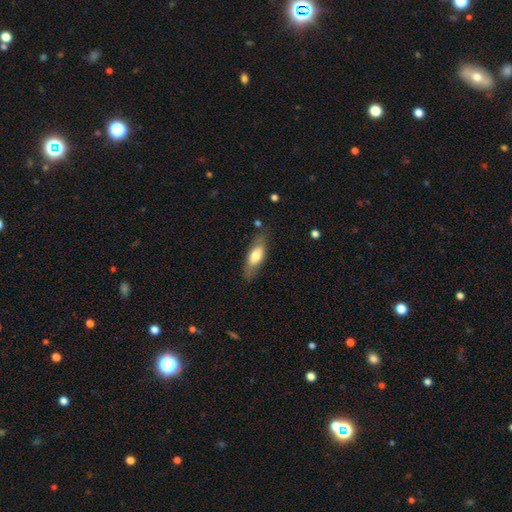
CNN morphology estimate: smooth_or_featured: smooth (p=0.62) [alt: featured or disk p=0.31]
how_rounded: in between (p=0.62) [alt: cigar-shaped p=0.35]
merging: none (p=0.75) [alt: minor disturbance p=0.18]